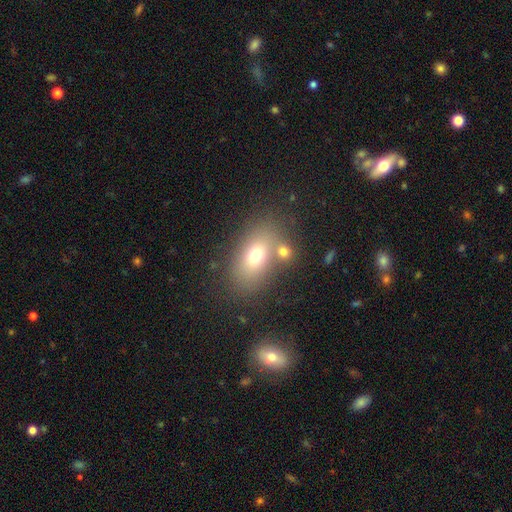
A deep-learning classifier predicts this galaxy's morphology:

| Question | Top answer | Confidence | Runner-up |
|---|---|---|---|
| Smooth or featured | smooth | 68% | featured or disk (19%) |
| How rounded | in between | 82% | round (16%) |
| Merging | none | 62% | merger (21%) |